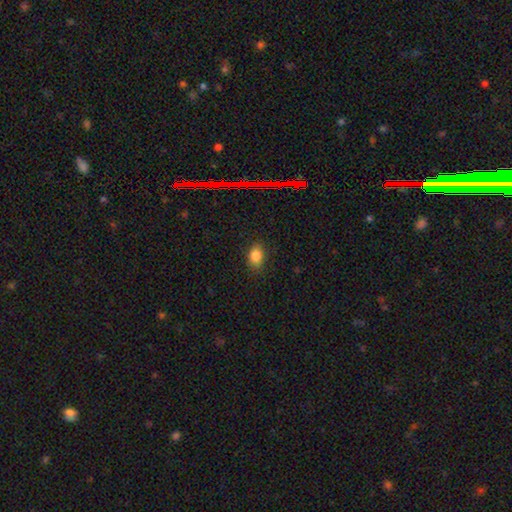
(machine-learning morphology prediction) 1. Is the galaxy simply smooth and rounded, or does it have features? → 83% smooth, 11% star or artifact, 6% featured or disk.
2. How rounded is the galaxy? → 73% in between, 26% round, 1% cigar-shaped.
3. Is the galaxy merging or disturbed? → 84% none, 12% minor disturbance, 3% major disturbance, 1% merger.